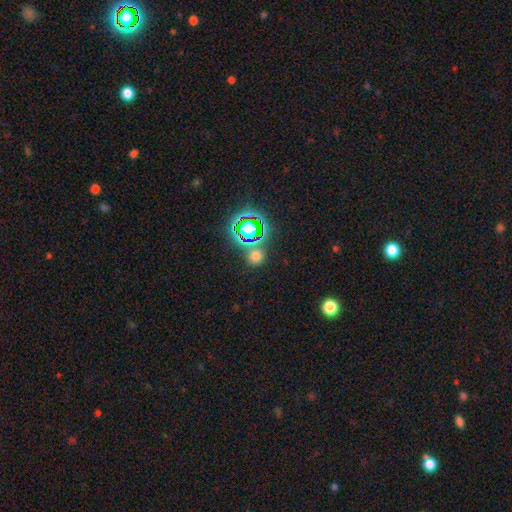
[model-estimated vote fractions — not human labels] Overall: smooth (60%; star or artifact 34%). How rounded: round (86%). Merging: none (76%).